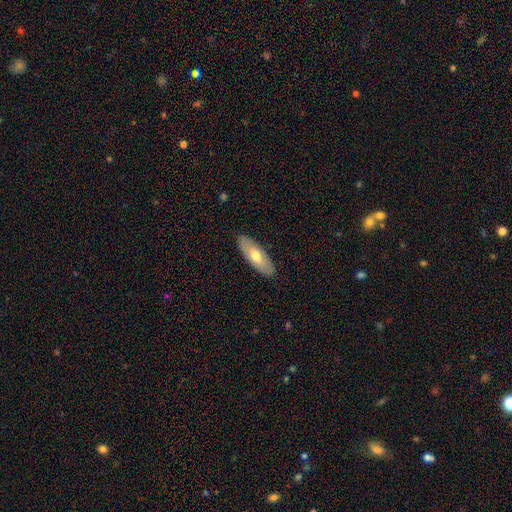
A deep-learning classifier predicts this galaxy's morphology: This is likely a smooth galaxy (61%). How rounded: likely in between (67%). Merging: clearly none (88%).